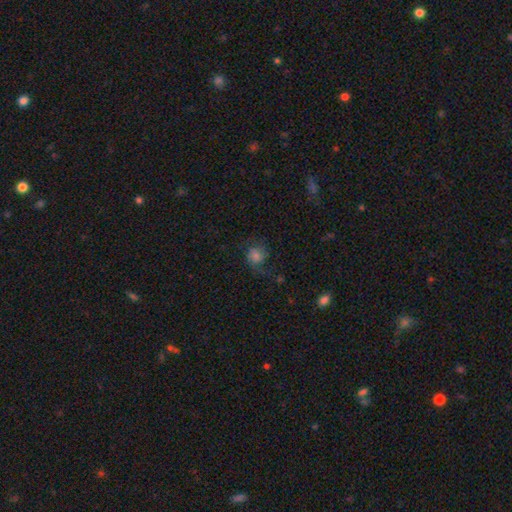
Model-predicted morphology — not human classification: type=smooth (49%); merging=none (57%).